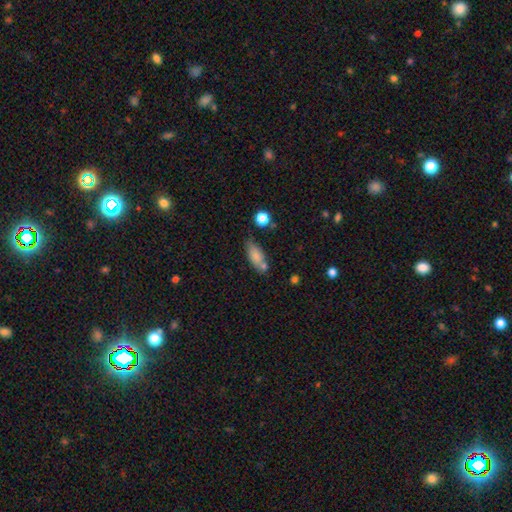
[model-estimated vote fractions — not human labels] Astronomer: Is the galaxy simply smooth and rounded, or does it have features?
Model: smooth — 79%.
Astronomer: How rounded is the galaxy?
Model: in between — 78%.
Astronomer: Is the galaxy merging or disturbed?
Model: none — 60%.